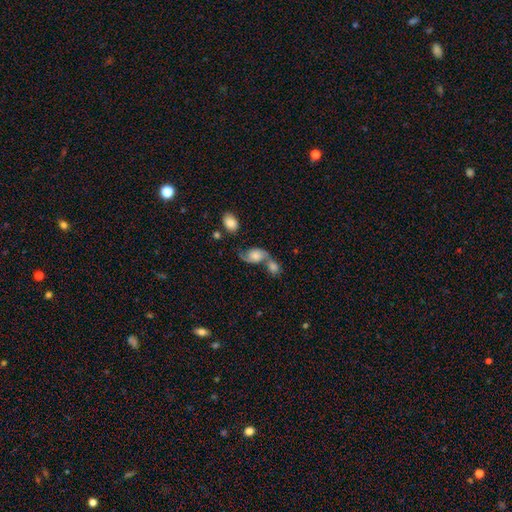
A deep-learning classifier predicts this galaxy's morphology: smooth_or_featured: featured or disk (p=0.57) [alt: smooth p=0.34]
disk_edge_on: no (p=0.96) [alt: yes p=0.04]
bar: no (p=0.75) [alt: weak p=0.21]
has_spiral_arms: yes (p=0.86) [alt: no p=0.14]
bulge_size: moderate (p=0.35) [alt: large p=0.27]
merging: merger (p=0.55) [alt: none p=0.25]